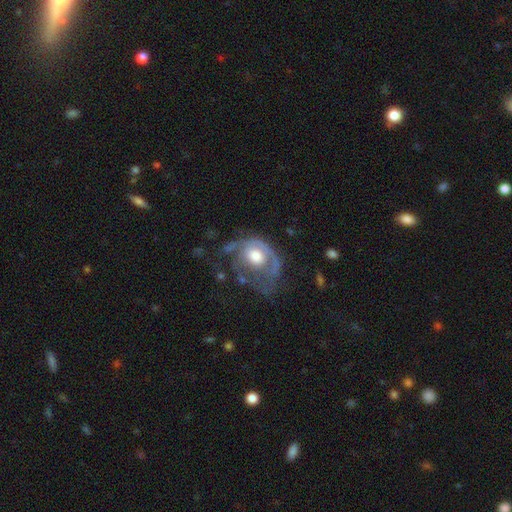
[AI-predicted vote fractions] This appears to be a featured or disk galaxy (65%) with no bar (82%), spiral arms (60%) and a moderate central bulge (47%). Merging: major disturbance (44%).